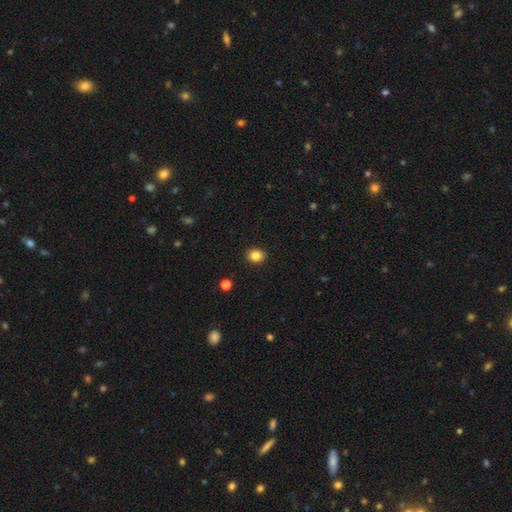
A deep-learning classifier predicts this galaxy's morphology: A smooth galaxy with no disk features (84%) that is round (63%). Merging: none (91%).